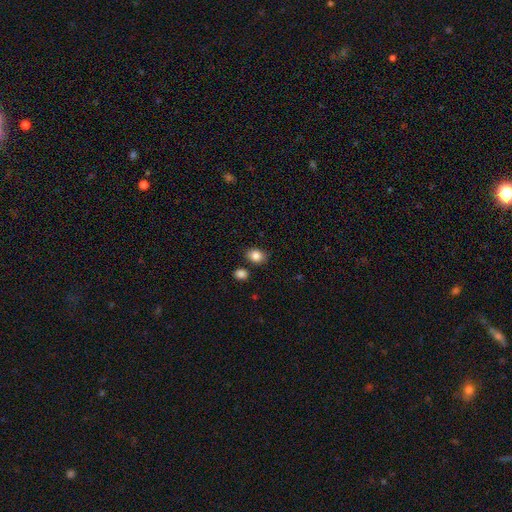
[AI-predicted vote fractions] smooth_or_featured: smooth (p=0.86) [alt: star or artifact p=0.09]
how_rounded: in between (p=0.56) [alt: round p=0.43]
merging: none (p=0.79) [alt: minor disturbance p=0.11]